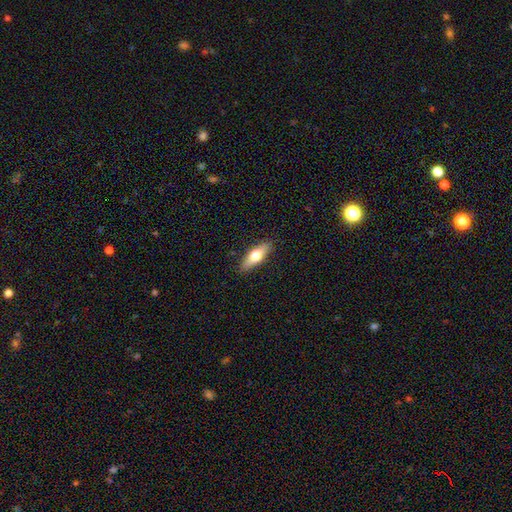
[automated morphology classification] Smooth or featured: smooth — 54% (featured or disk — 40%)
How rounded: in between — 50% (cigar-shaped — 47%)
Merging: none — 88% (minor disturbance — 9%)